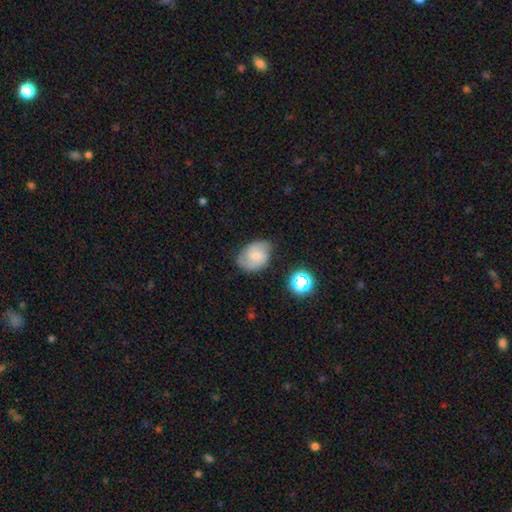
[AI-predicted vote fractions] Smooth or featured: featured or disk — 55% (smooth — 35%)
Edge-on disk: no — 97% (yes — 3%)
Bar: weak — 46% (no — 45%)
Spiral arms: yes — 90% (no — 10%)
Bulge size: small — 57% (moderate — 34%)
Merging: none — 71% (minor disturbance — 21%)